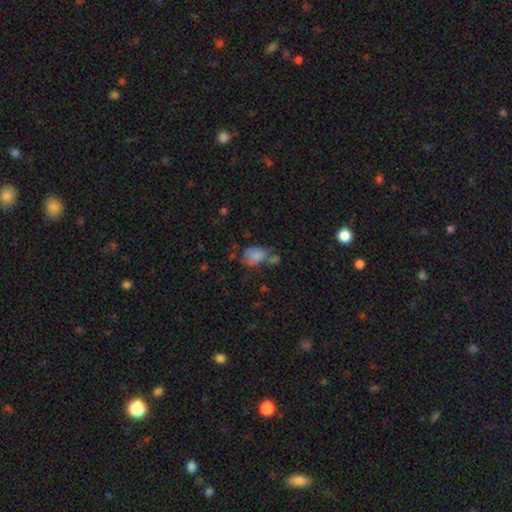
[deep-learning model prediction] smooth 74%, featured or disk 15%, star or artifact 11%. Down the decision tree: how rounded — in between (71%); merging — merger (30%, tied with none).